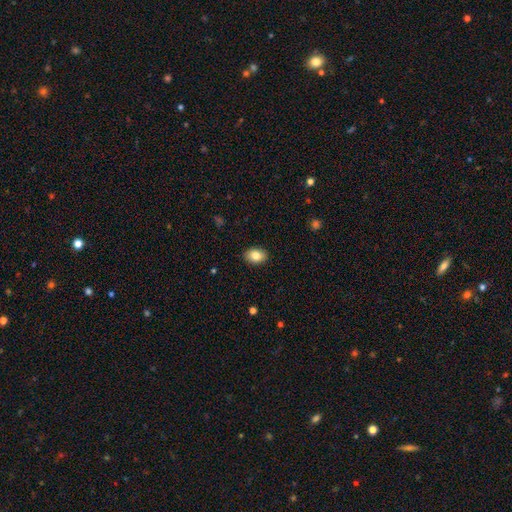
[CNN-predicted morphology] Smooth or featured?
  - smooth: 83% *
  - featured or disk: 9%
  - star or artifact: 8%
How rounded?
  - in between: 78% *
  - round: 21%
  - cigar-shaped: 1%
Merging?
  - none: 89% *
  - minor disturbance: 8%
  - major disturbance: 2%
  - merger: 1%